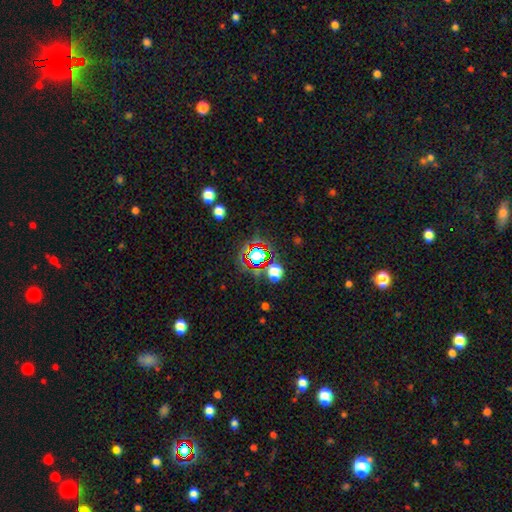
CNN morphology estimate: smooth_or_featured: star or artifact (p=0.52) [alt: smooth p=0.35]